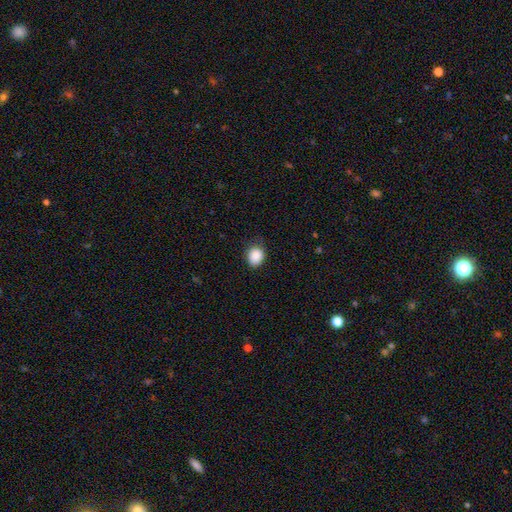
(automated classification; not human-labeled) The model was most divided on "how rounded": round: 58%, in between: 41%, cigar-shaped: 1%. More confident: smooth or featured — smooth (89%); merging — none (77%).